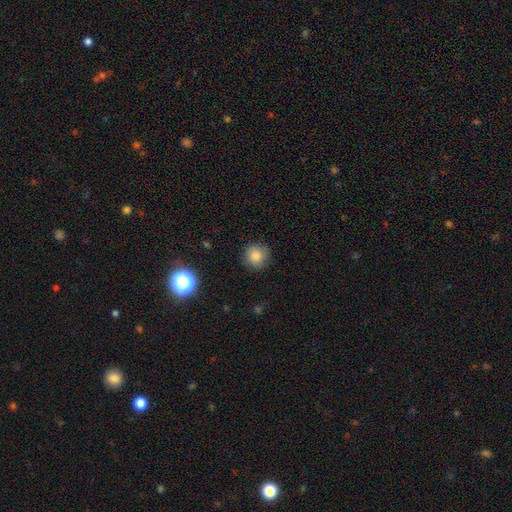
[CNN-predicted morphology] The model was most divided on "smooth or featured": smooth: 83%, star or artifact: 12%, featured or disk: 5%. More confident: how rounded — round (93%); merging — none (88%).